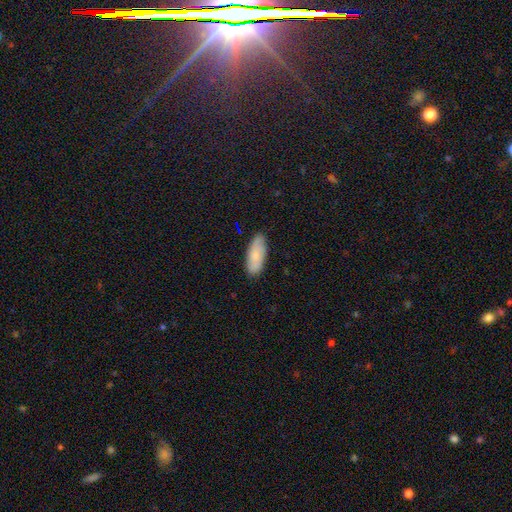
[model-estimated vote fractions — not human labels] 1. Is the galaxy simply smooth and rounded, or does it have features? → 74% smooth, 20% featured or disk, 6% star or artifact.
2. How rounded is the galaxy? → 79% in between, 19% cigar-shaped, 2% round.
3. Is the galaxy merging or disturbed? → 83% none, 13% minor disturbance, 2% major disturbance, 1% merger.